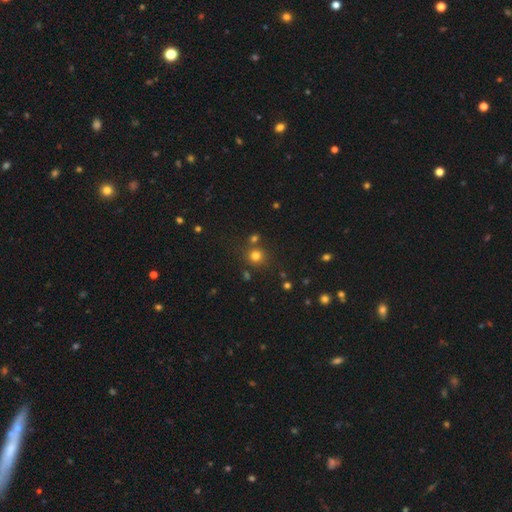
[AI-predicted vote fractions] A smooth galaxy with no disk features (76%) that is round (90%). Merging: none (77%).